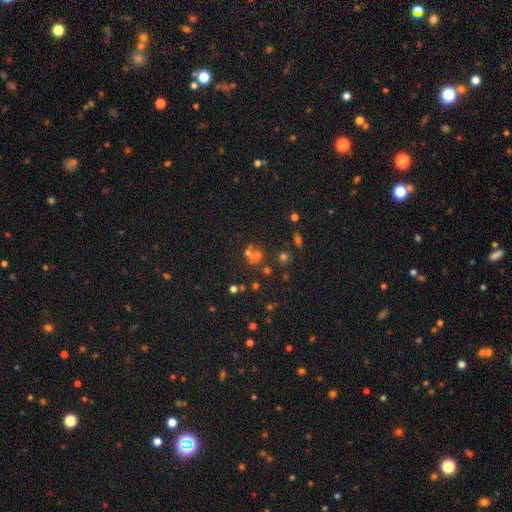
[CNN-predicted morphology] Smooth or featured? star or artifact (44%)